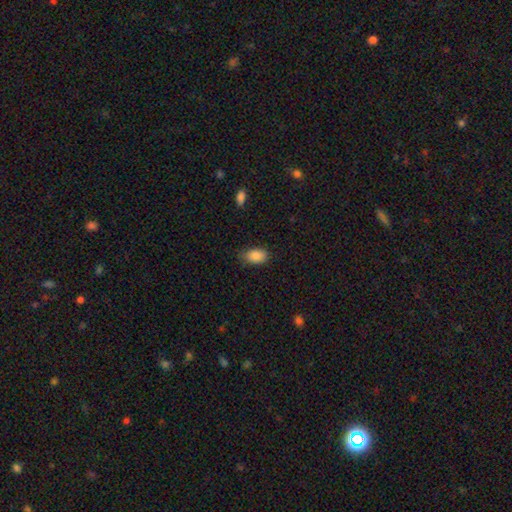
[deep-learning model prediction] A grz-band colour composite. It shows a smooth galaxy with no disk features (88%) that is in between round and cigar-shaped (90%). Merging: none (74%).